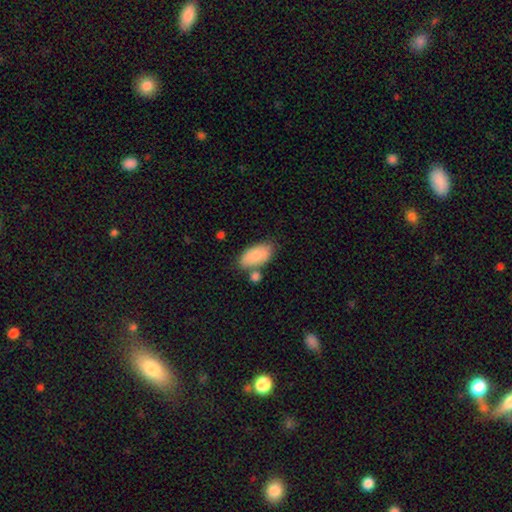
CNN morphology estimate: Q: Smooth or featured?
A: smooth (83%); runner-up: featured or disk (10%)
Q: How rounded?
A: in between (93%); runner-up: cigar-shaped (4%)
Q: Merging?
A: none (61%); runner-up: minor disturbance (17%)